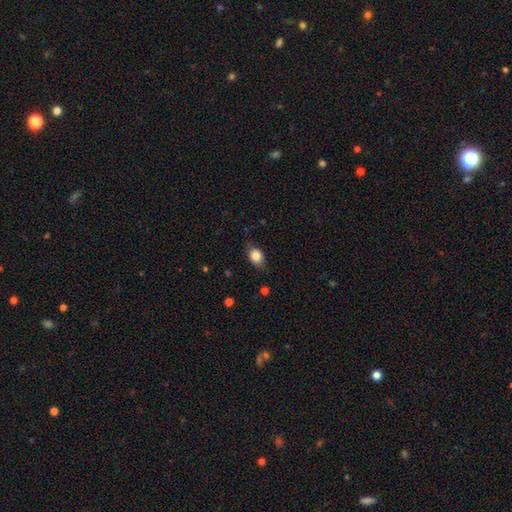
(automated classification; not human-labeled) Smooth or featured? Predicted: smooth (p=0.83). How rounded? Predicted: in between (p=0.72). Merging? Predicted: none (p=0.73).